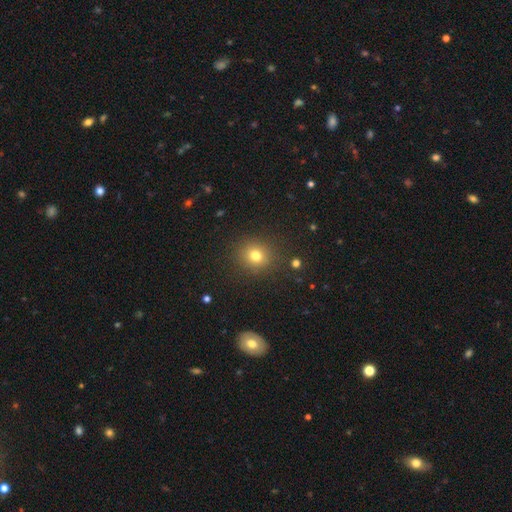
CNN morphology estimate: Smooth or featured? Predicted: smooth (p=0.77). How rounded? Predicted: round (p=0.82). Merging? Predicted: none (p=0.87).